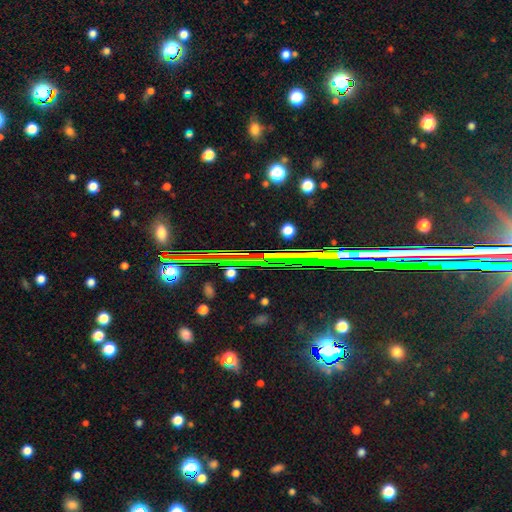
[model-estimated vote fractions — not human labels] star or artifact 78%, featured or disk 12%, smooth 10%.